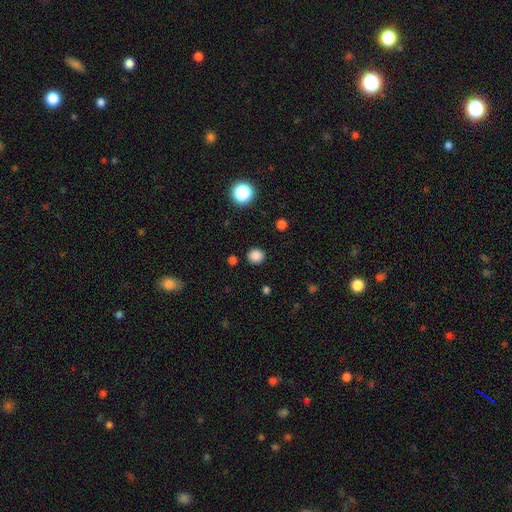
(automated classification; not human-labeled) Smooth or featured? Predicted: smooth (p=0.84). How rounded? Predicted: round (p=0.84). Merging? Predicted: none (p=0.89).